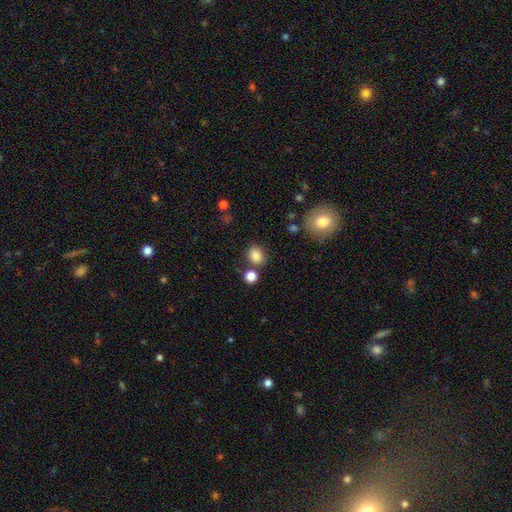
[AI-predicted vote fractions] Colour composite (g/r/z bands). It shows a smooth galaxy with no disk features (84%) that is round (61%). Merging: none (76%).